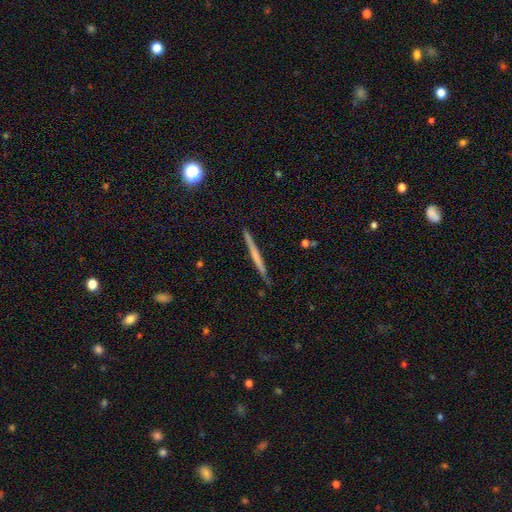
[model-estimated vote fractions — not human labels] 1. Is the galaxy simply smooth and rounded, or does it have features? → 51% featured or disk, 42% smooth, 6% star or artifact.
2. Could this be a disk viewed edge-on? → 98% yes, 2% no.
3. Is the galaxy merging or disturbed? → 90% none, 8% minor disturbance, 1% major disturbance, 1% merger.